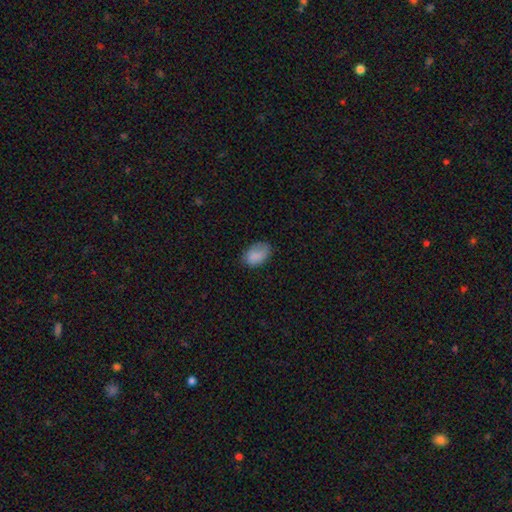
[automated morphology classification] This appears to be a smooth galaxy with no disk features (85%) that is in between round and cigar-shaped (87%). Merging: none (68%).